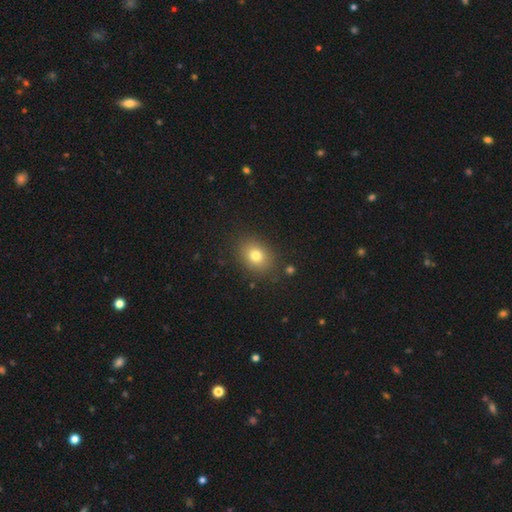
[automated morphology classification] A smooth galaxy with no disk features (78%) that is in between round and cigar-shaped (53%). Merging: none (85%).